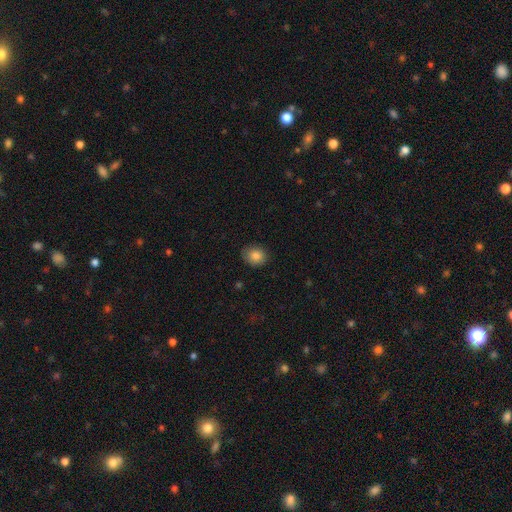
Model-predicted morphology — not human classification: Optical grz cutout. It shows a smooth galaxy with no disk features (84%) that is round (64%). Merging: none (82%).